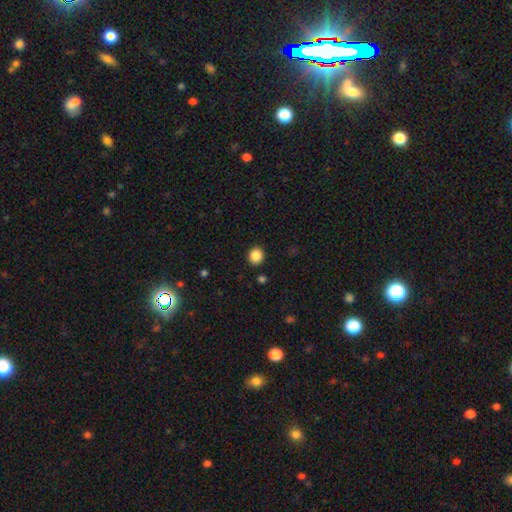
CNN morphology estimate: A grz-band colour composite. It shows a smooth galaxy with no disk features (86%) that is round (82%). Merging: none (91%).